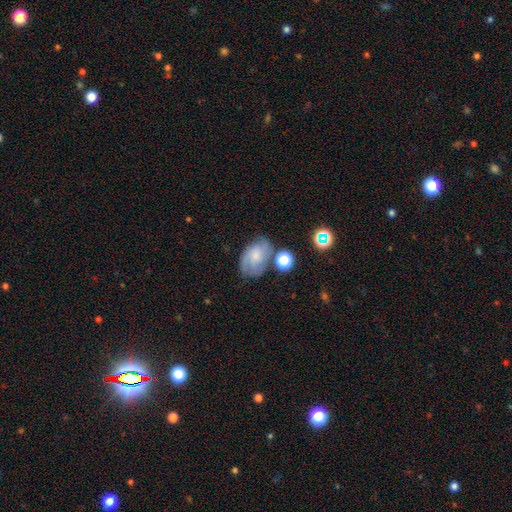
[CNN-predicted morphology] featured or disk 51%, smooth 39%, star or artifact 11%. Down the decision tree: edge-on disk — no (96%); merging — none (58%).